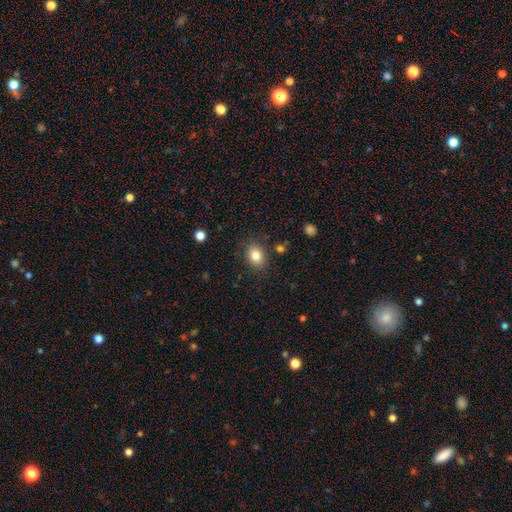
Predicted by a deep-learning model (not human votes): Smooth or featured? smooth (83%)
How rounded? in between (61%)
Merging? none (84%)